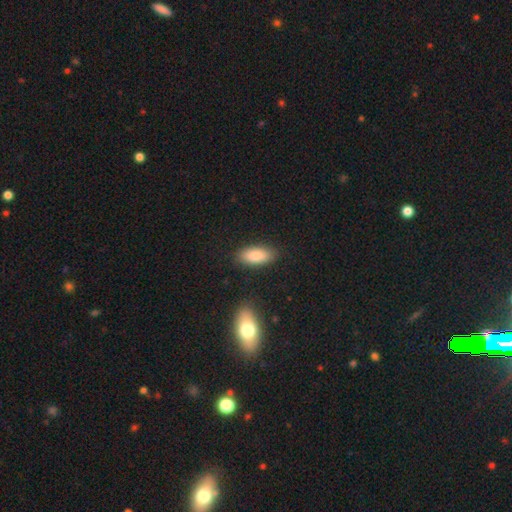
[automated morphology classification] The model was most divided on "how rounded": in between: 85%, cigar-shaped: 13%, round: 2%. More confident: smooth or featured — smooth (86%); merging — none (85%).